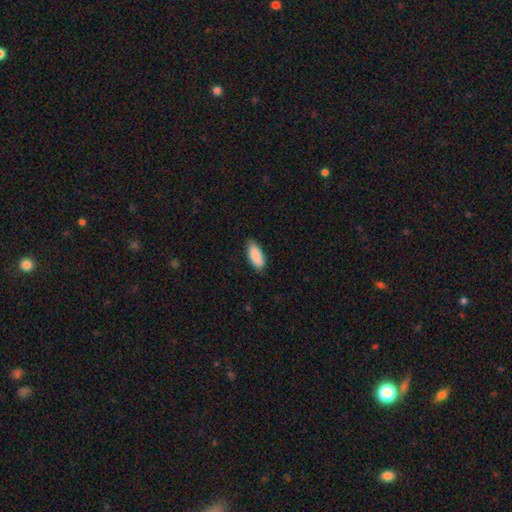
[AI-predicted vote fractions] smooth-or-featured: smooth: 89% | star or artifact: 6% | featured or disk: 5%
  how-rounded: in between: 83% | cigar-shaped: 15% | round: 2%
  merging: none: 85% | minor disturbance: 12% | major disturbance: 2% | merger: 1%